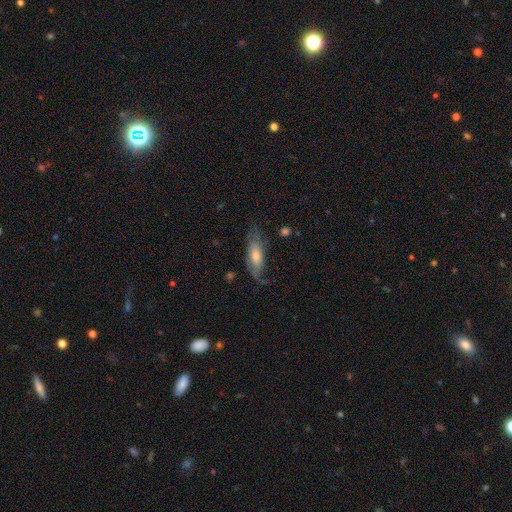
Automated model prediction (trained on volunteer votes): smooth_or_featured: featured or disk (p=0.48) [alt: smooth p=0.45]
merging: none (p=0.60) [alt: minor disturbance p=0.26]